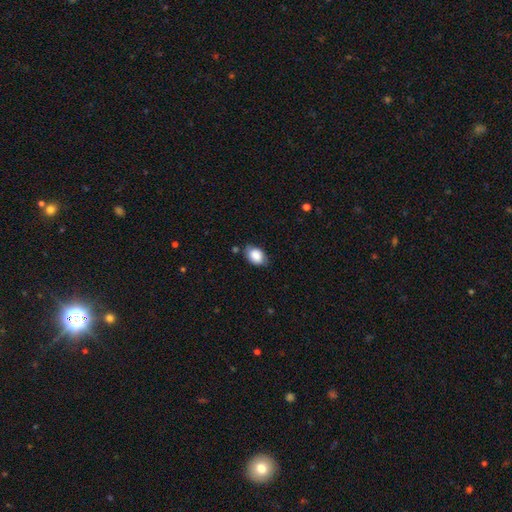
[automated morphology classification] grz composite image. It shows a smooth galaxy with no disk features (85%) that is in between round and cigar-shaped (81%). Merging: none (74%).